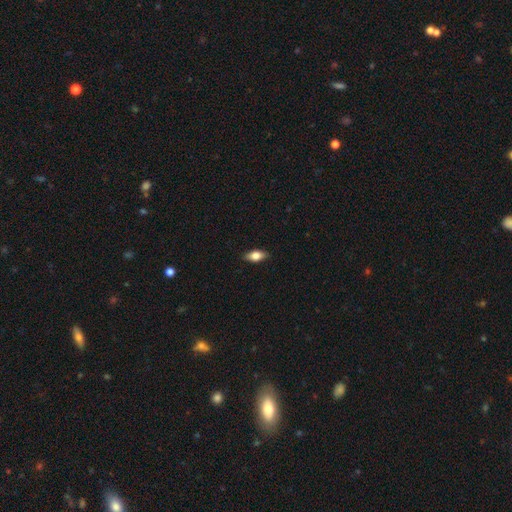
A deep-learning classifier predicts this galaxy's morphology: Smooth or featured? smooth (77%)
How rounded? in between (86%)
Merging? none (87%)